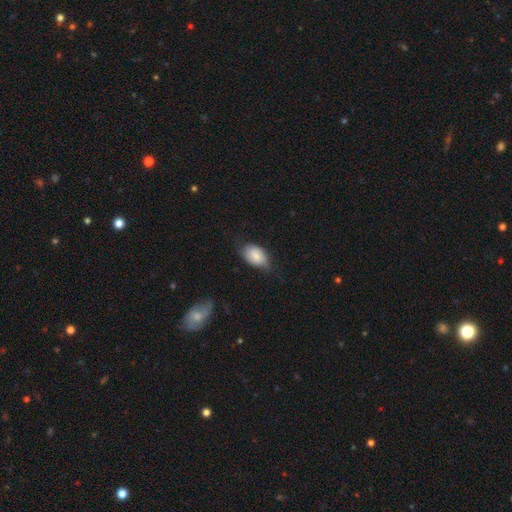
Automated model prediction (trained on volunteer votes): smooth 77%, featured or disk 16%, star or artifact 7%. Down the decision tree: how rounded — in between (89%); merging — none (53%).